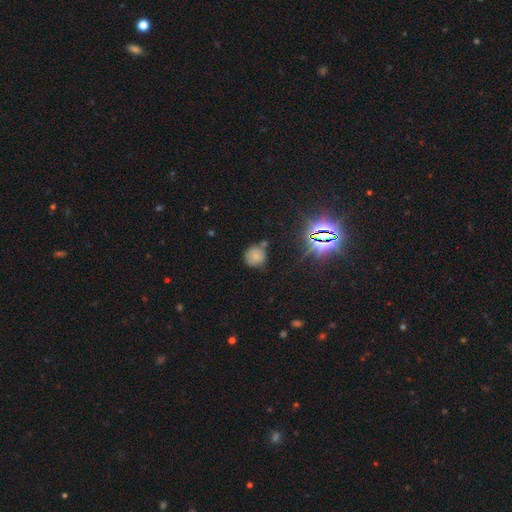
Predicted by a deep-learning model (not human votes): Smooth or featured: smooth — 68% (star or artifact — 20%)
How rounded: round — 90% (in between — 9%)
Merging: none — 66% (minor disturbance — 20%)